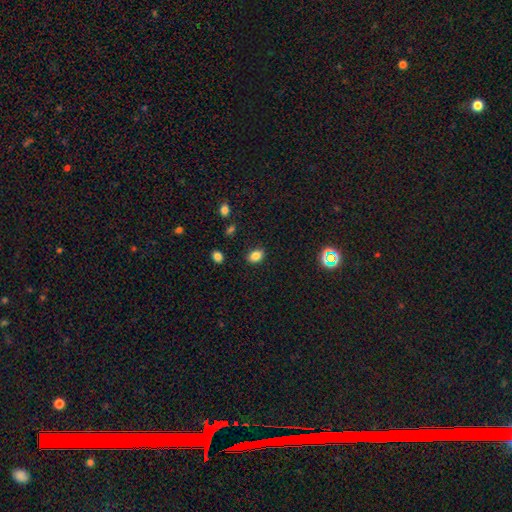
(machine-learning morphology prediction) This is clearly a smooth galaxy (83%). How rounded: likely in between (73%). Merging: clearly none (86%).